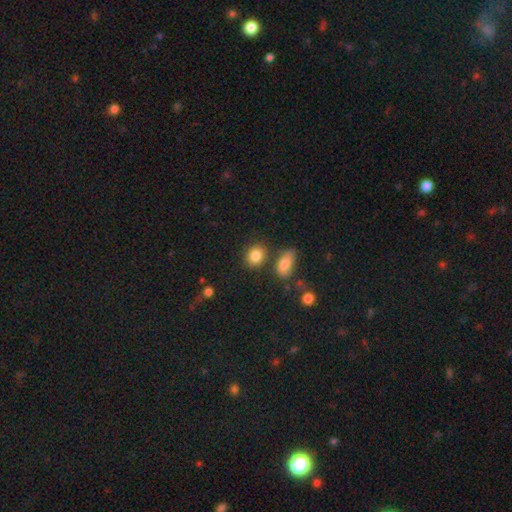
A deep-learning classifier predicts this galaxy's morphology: Q: Smooth or featured?
A: smooth (85%); runner-up: star or artifact (9%)
Q: How rounded?
A: round (53%); runner-up: in between (46%)
Q: Merging?
A: none (72%); runner-up: merger (13%)